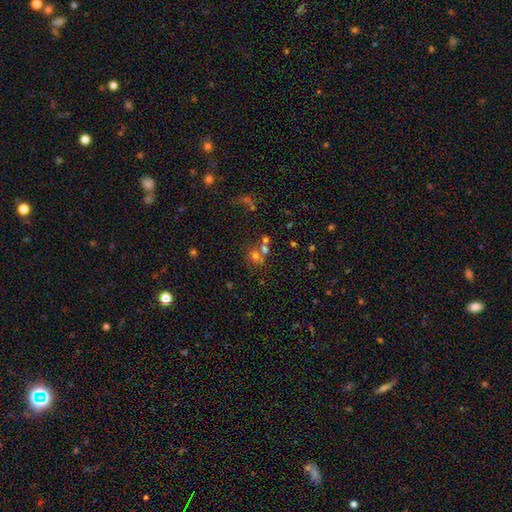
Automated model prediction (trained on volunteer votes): smooth-or-featured: smooth: 58% | star or artifact: 26% | featured or disk: 16%
  how-rounded: round: 75% | in between: 24% | cigar-shaped: 1%
  merging: none: 48% | merger: 37% | minor disturbance: 10% | major disturbance: 6%